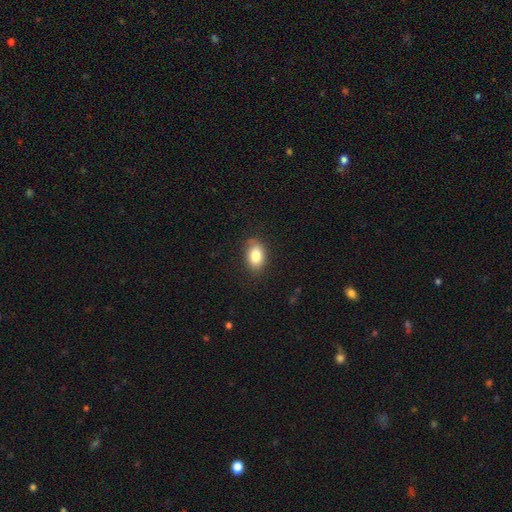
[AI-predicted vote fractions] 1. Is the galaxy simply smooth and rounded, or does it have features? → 83% smooth, 9% featured or disk, 8% star or artifact.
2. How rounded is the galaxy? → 85% in between, 14% round, 1% cigar-shaped.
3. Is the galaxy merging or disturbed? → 82% none, 14% minor disturbance, 3% major disturbance, 1% merger.